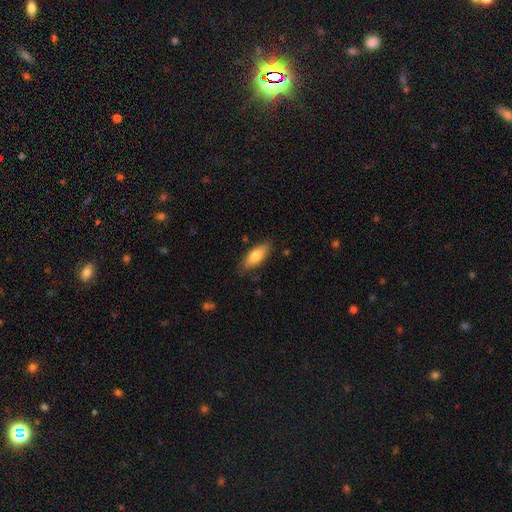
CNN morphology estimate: A smooth galaxy with no disk features (77%) that is in between round and cigar-shaped (74%). Merging: none (81%).